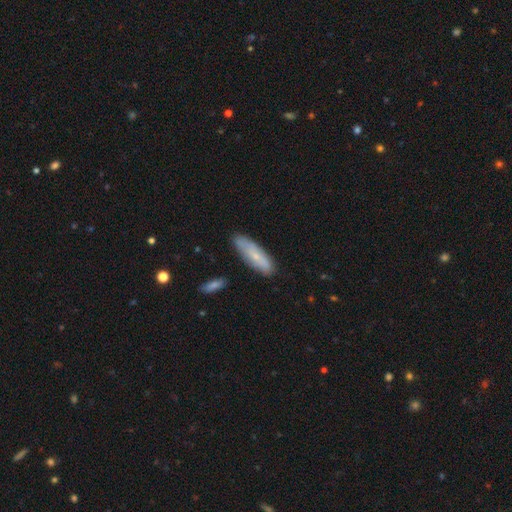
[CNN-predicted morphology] smooth 59%, featured or disk 34%, star or artifact 7%. Down the decision tree: how rounded — cigar-shaped (54%); merging — none (78%).